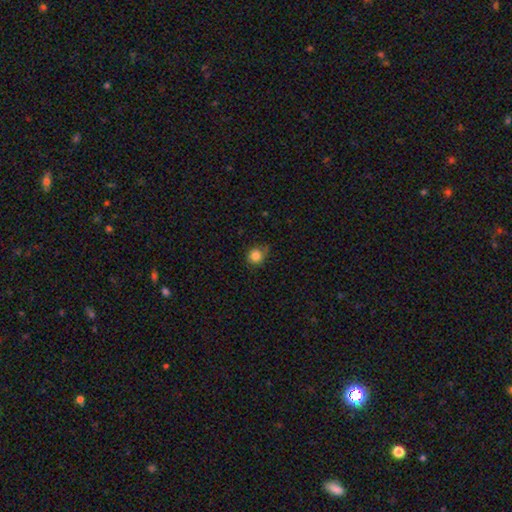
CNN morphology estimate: Smooth or featured?
  - smooth: 84% *
  - star or artifact: 11%
  - featured or disk: 5%
How rounded?
  - round: 80% *
  - in between: 19%
  - cigar-shaped: 1%
Merging?
  - none: 66% *
  - minor disturbance: 26%
  - major disturbance: 6%
  - merger: 2%